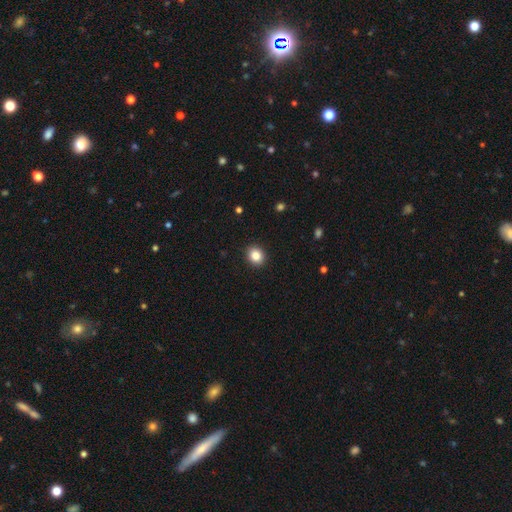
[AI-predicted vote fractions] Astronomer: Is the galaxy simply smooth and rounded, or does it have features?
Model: smooth — 85%.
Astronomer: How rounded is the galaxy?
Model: round — 71%.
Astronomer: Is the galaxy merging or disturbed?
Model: none — 92%.